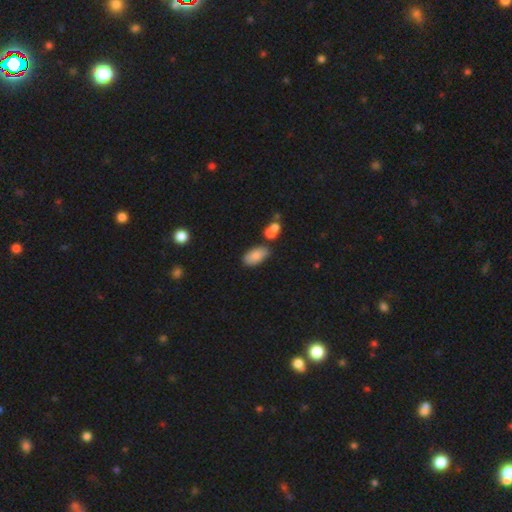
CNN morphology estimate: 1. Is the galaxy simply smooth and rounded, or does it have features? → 82% smooth, 10% featured or disk, 8% star or artifact.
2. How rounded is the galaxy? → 92% in between, 5% cigar-shaped, 3% round.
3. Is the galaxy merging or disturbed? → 70% none, 15% minor disturbance, 11% merger, 4% major disturbance.